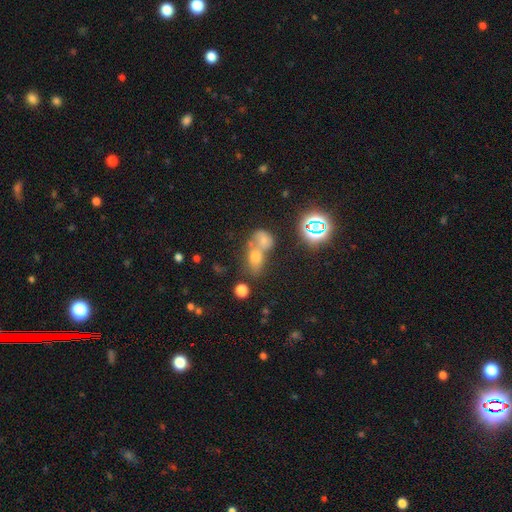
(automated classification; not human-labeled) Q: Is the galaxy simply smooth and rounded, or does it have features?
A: smooth — 53%.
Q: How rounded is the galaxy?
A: in between — 59%.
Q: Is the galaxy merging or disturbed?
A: merger — 58%.